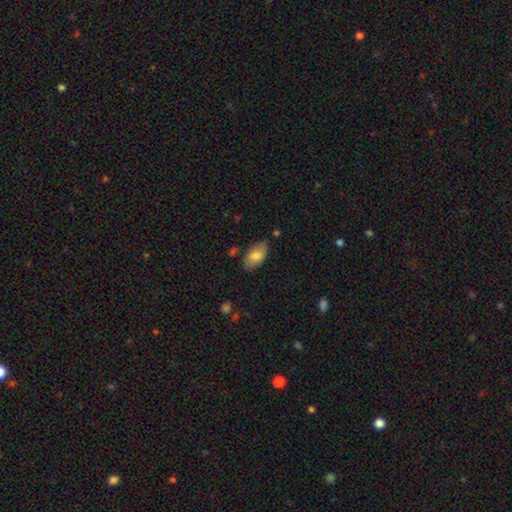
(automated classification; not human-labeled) smooth 79%, featured or disk 14%, star or artifact 7%. Down the decision tree: how rounded — in between (94%); merging — none (79%).